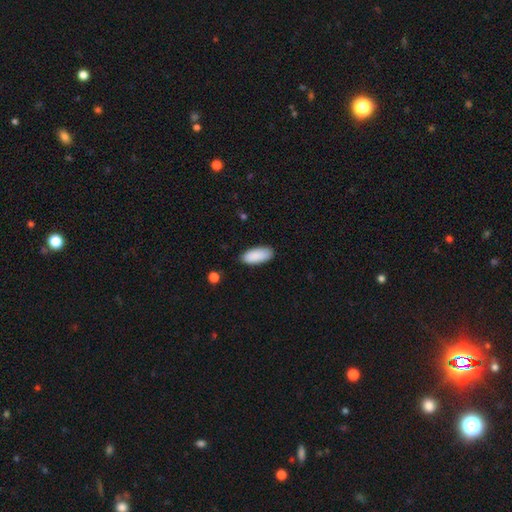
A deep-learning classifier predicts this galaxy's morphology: smooth-or-featured: smooth: 90% | star or artifact: 6% | featured or disk: 4%
  how-rounded: in between: 87% | cigar-shaped: 11% | round: 2%
  merging: none: 85% | minor disturbance: 12% | major disturbance: 2% | merger: 1%